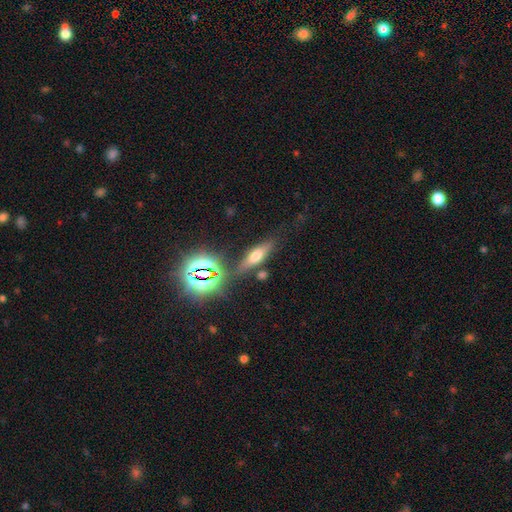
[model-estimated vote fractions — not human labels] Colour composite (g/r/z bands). It shows a smooth galaxy with no disk features (52%) that is cigar-shaped (49%). Merging: none (71%).